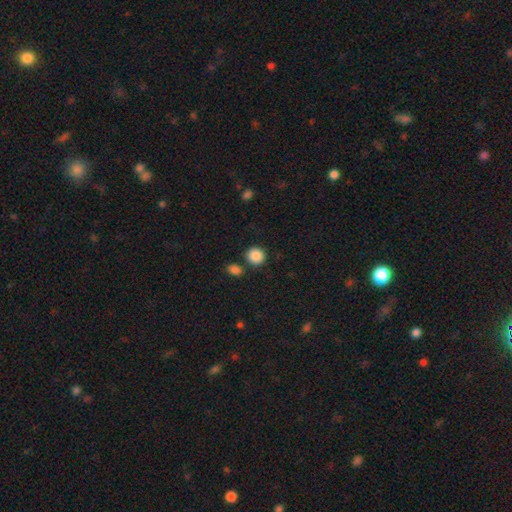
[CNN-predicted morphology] A smooth galaxy with no disk features (88%) that is round (87%).

Vote fractions:
- Smooth or featured? smooth: 88% / star or artifact: 9% / featured or disk: 4%
- How rounded? round: 87% / in between: 12% / cigar-shaped: 1%
- Merging? none: 79% / merger: 10% / minor disturbance: 8% / major disturbance: 3%